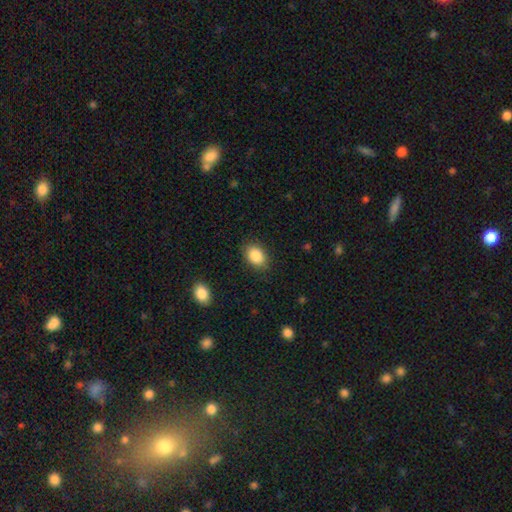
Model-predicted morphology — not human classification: A smooth galaxy with no disk features (87%) that is in between round and cigar-shaped (75%).

Vote fractions:
- Smooth or featured? smooth: 87% / star or artifact: 8% / featured or disk: 5%
- How rounded? in between: 75% / round: 24% / cigar-shaped: 1%
- Merging? none: 85% / minor disturbance: 11% / major disturbance: 3% / merger: 1%